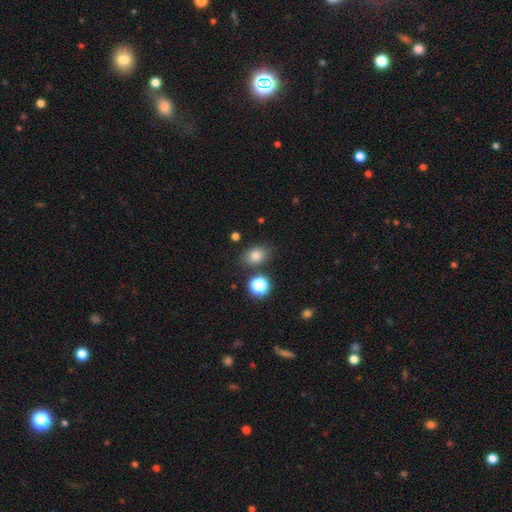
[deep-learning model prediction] The model was most divided on "how rounded": in between: 64%, round: 35%, cigar-shaped: 1%. More confident: smooth or featured — smooth (80%); merging — none (79%).